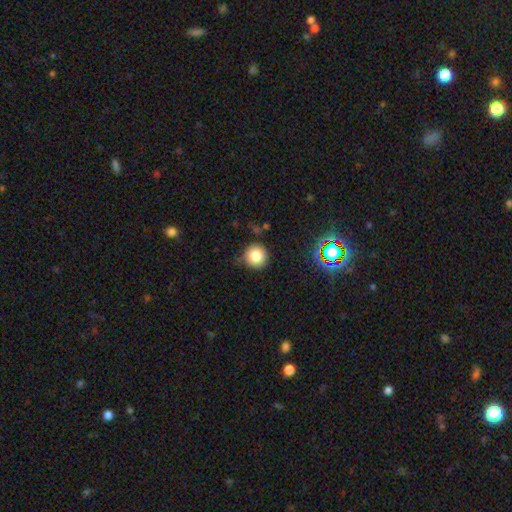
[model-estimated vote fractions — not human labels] Smooth or featured? smooth (82%)
How rounded? round (94%)
Merging? none (77%)